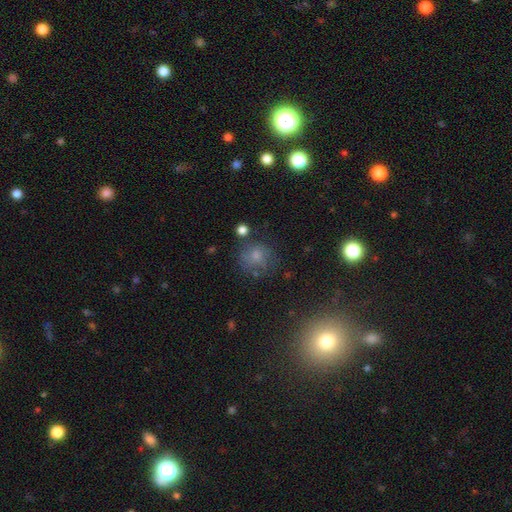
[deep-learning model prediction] Morphology: type=smooth (65%); roundness=round (84%); merging=none (65%).